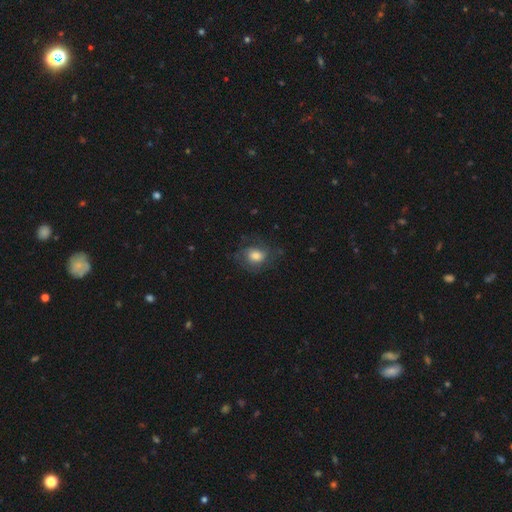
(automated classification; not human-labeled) Morphology: type=smooth (51%); roundness=round (51%); merging=none (60%).